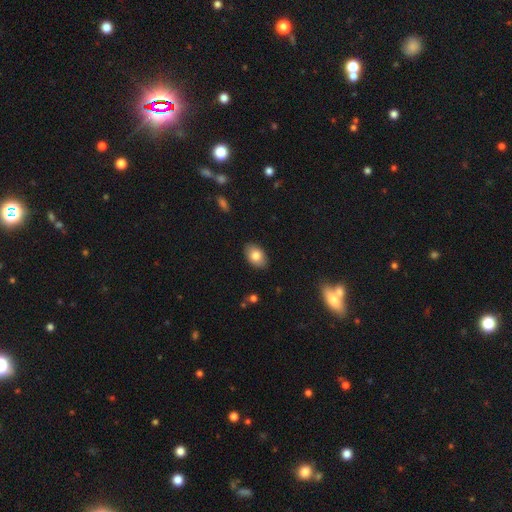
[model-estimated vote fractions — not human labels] Smooth or featured? smooth (81%)
How rounded? in between (89%)
Merging? none (88%)